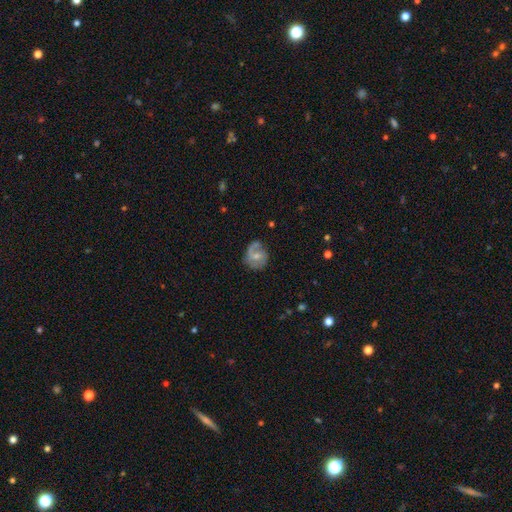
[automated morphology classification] A featured or disk galaxy (59%) with no bar (55%), spiral arms (79%) and a small central bulge (52%). Merging: none (51%).